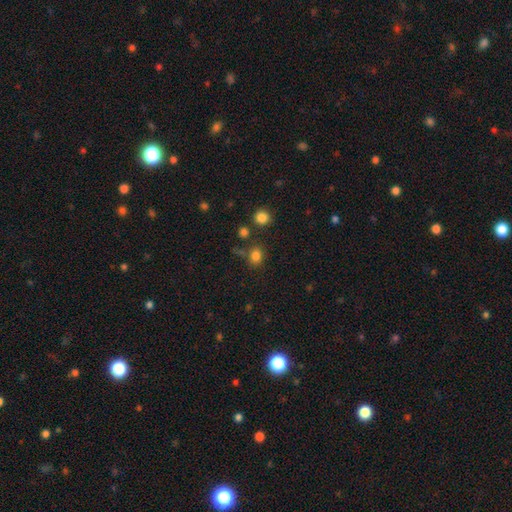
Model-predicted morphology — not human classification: Smooth or featured? Predicted: smooth (p=0.81). How rounded? Predicted: round (p=0.51). Merging? Predicted: none (p=0.71).